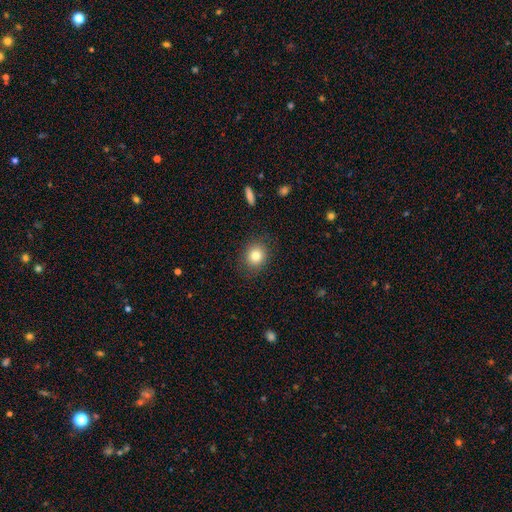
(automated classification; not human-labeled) Smooth or featured?
  - smooth: 81% *
  - star or artifact: 10%
  - featured or disk: 9%
How rounded?
  - round: 76% *
  - in between: 23%
  - cigar-shaped: 1%
Merging?
  - none: 87% *
  - minor disturbance: 9%
  - major disturbance: 3%
  - merger: 1%